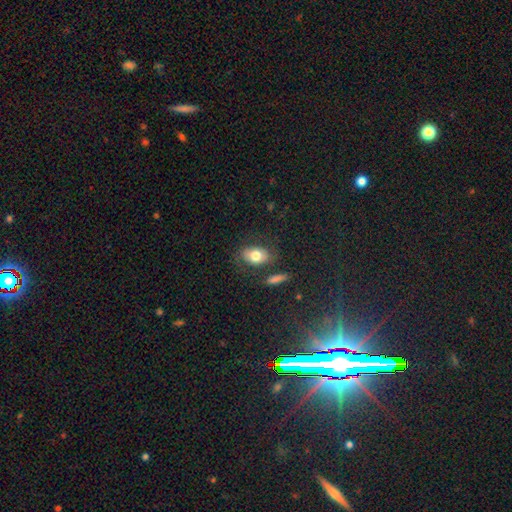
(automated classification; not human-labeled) Smooth or featured? Predicted: smooth (p=0.75). How rounded? Predicted: in between (p=0.82). Merging? Predicted: none (p=0.73).